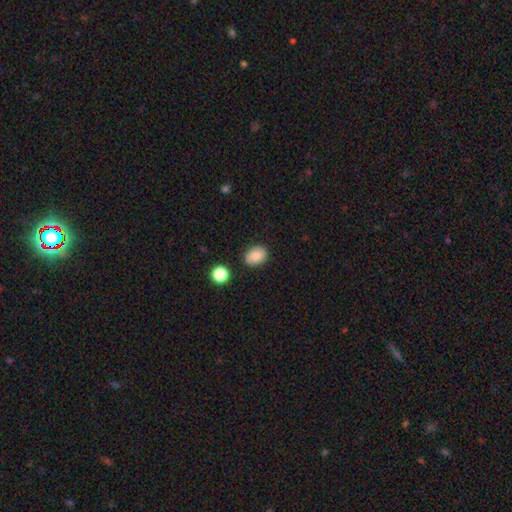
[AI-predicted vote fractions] A smooth galaxy with no disk features (82%) that is in between round and cigar-shaped (63%). Merging: none (85%).